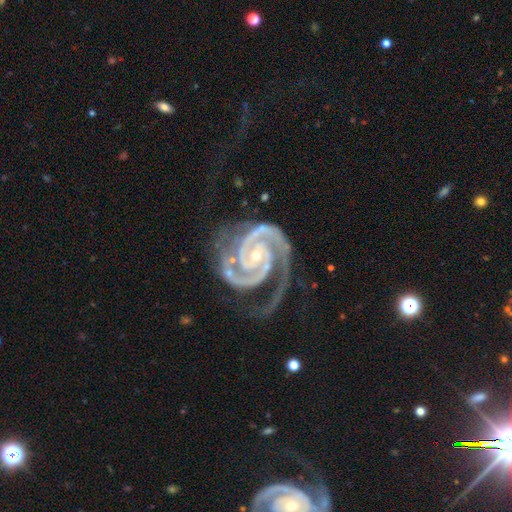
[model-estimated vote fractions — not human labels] Q: Smooth or featured?
A: featured or disk (95%); runner-up: star or artifact (4%)
Q: Edge-on disk?
A: no (98%); runner-up: yes (2%)
Q: Bar?
A: no (59%); runner-up: weak (24%)
Q: Spiral arms?
A: yes (99%); runner-up: no (1%)
Q: Spiral winding?
A: tight (70%); runner-up: medium (28%)
Q: Spiral arm count?
A: 2 (86%); runner-up: 3 (7%)
Q: Bulge size?
A: small (74%); runner-up: moderate (23%)
Q: Merging?
A: none (64%); runner-up: minor disturbance (22%)